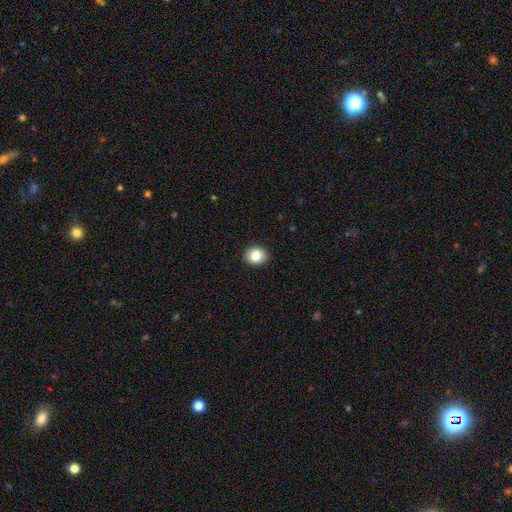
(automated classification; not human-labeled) Smooth or featured? Predicted: smooth (p=0.83). How rounded? Predicted: round (p=0.79). Merging? Predicted: none (p=0.91).